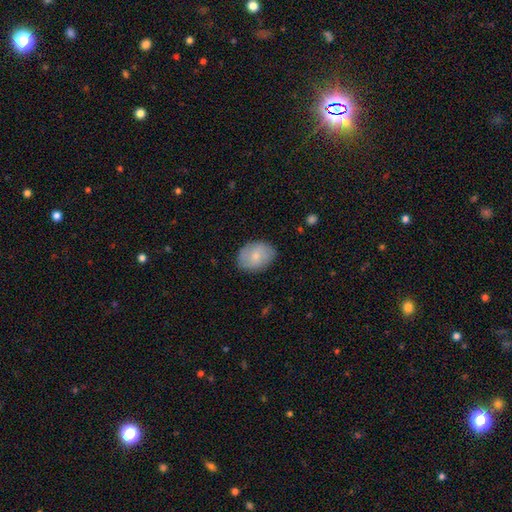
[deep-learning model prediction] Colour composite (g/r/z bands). It shows a smooth galaxy with no disk features (69%) that is in between round and cigar-shaped (69%). Merging: none (82%).